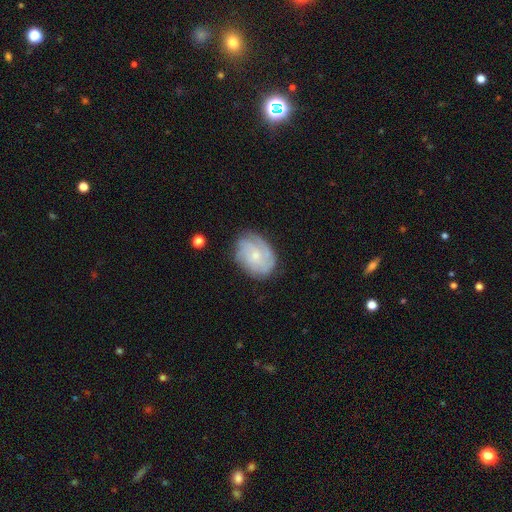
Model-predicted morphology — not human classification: smooth_or_featured: featured or disk (p=0.66) [alt: smooth p=0.27]
disk_edge_on: no (p=0.97) [alt: yes p=0.03]
bar: no (p=0.74) [alt: weak p=0.24]
has_spiral_arms: yes (p=0.89) [alt: no p=0.11]
spiral_winding: tight (p=0.57) [alt: medium p=0.32]
spiral_arm_count: can't tell (p=0.42) [alt: 3 p=0.20]
bulge_size: small (p=0.62) [alt: moderate p=0.30]
merging: none (p=0.72) [alt: minor disturbance p=0.20]